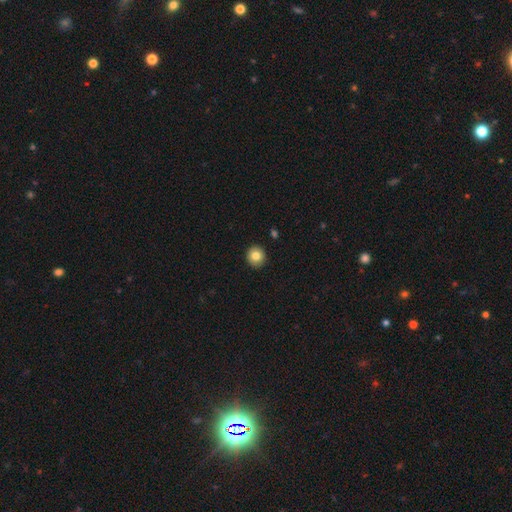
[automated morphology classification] Smooth or featured?
  - smooth: 83% *
  - star or artifact: 9%
  - featured or disk: 8%
How rounded?
  - round: 92% *
  - in between: 7%
  - cigar-shaped: 1%
Merging?
  - none: 92% *
  - minor disturbance: 5%
  - major disturbance: 1%
  - merger: 1%